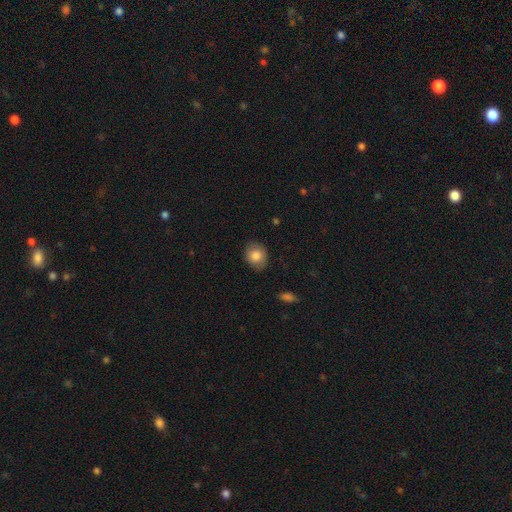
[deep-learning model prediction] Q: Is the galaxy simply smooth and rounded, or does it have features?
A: smooth — 82%.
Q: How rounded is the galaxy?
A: round — 62%.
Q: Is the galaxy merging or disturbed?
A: none — 81%.